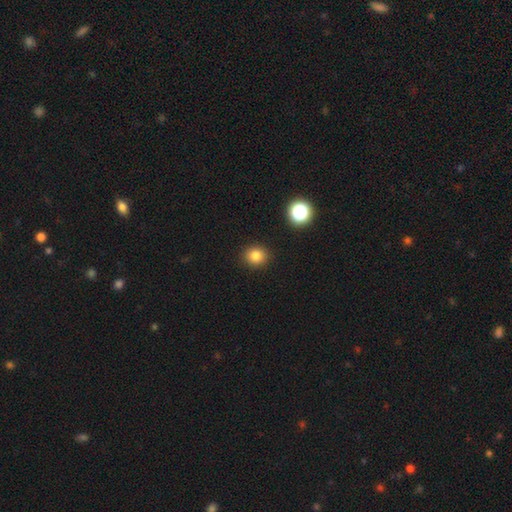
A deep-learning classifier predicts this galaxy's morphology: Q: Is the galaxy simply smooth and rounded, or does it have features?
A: smooth — 82%.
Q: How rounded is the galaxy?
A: round — 82%.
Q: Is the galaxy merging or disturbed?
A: none — 91%.